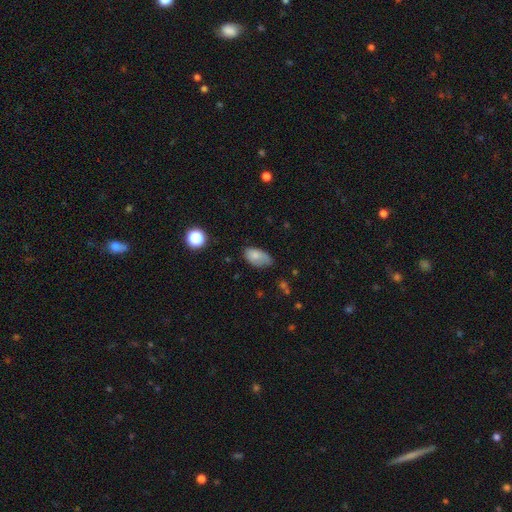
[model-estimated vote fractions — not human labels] This appears to be a smooth galaxy with no disk features (80%) that is in between round and cigar-shaped (92%). Merging: none (51%).